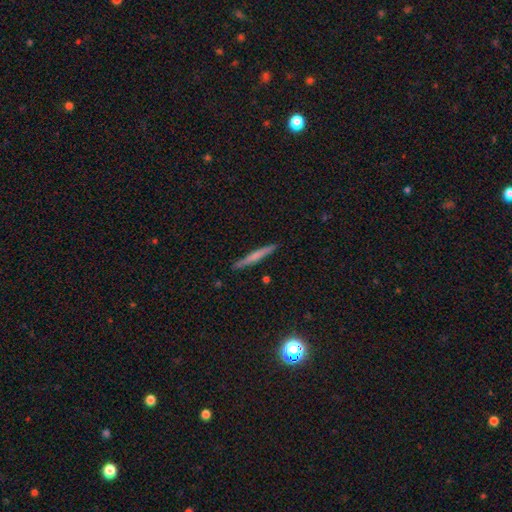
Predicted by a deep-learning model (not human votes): smooth-or-featured: smooth: 52% | featured or disk: 40% | star or artifact: 8%
  how-rounded: cigar-shaped: 95% | in between: 3% | round: 2%
  merging: none: 91% | minor disturbance: 7% | major disturbance: 1% | merger: 1%